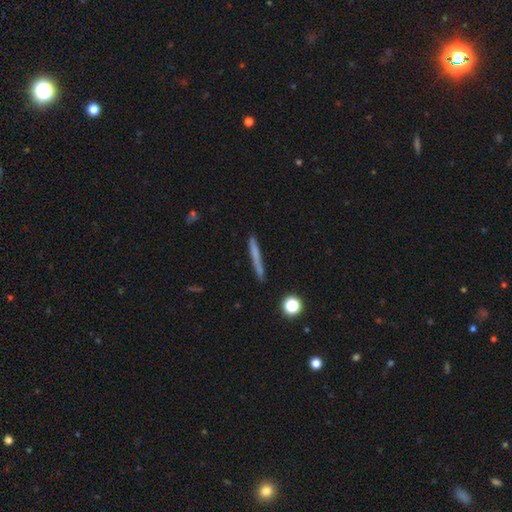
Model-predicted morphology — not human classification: Smooth or featured?
  - smooth: 61% *
  - featured or disk: 31%
  - star or artifact: 9%
How rounded?
  - cigar-shaped: 95% *
  - in between: 3%
  - round: 2%
Merging?
  - none: 87% *
  - minor disturbance: 9%
  - major disturbance: 2%
  - merger: 2%